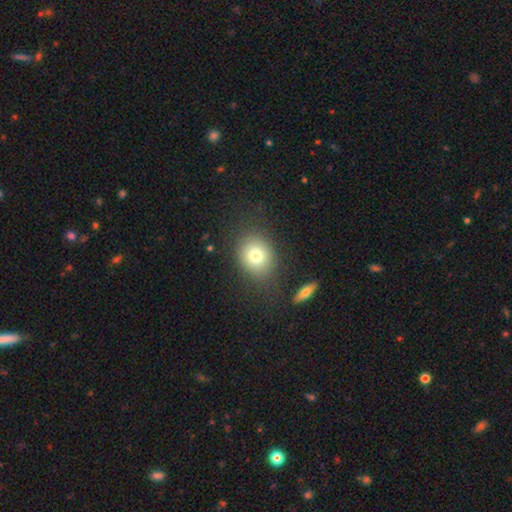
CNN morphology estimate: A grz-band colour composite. It shows a smooth galaxy with no disk features (76%) that is round (60%). Merging: none (78%).